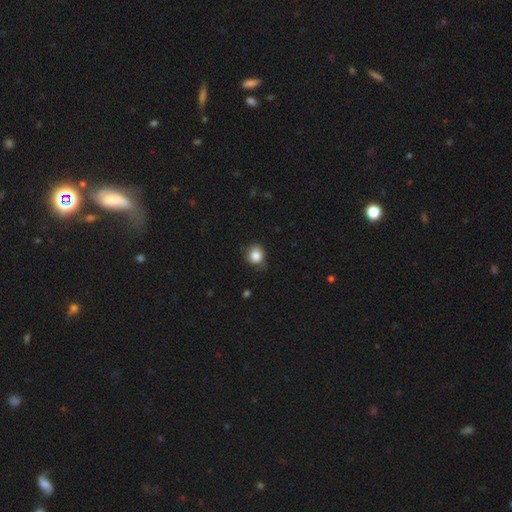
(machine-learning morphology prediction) A smooth galaxy with no disk features (85%) that is round (78%). Merging: none (67%).